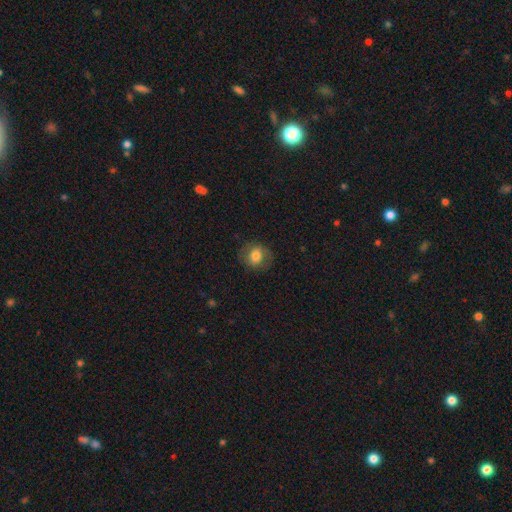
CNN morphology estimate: A smooth galaxy with no disk features (72%) that is round (65%).

Vote fractions:
- Smooth or featured? smooth: 72% / featured or disk: 19% / star or artifact: 9%
- How rounded? round: 65% / in between: 34% / cigar-shaped: 1%
- Merging? none: 79% / minor disturbance: 14% / major disturbance: 6% / merger: 1%